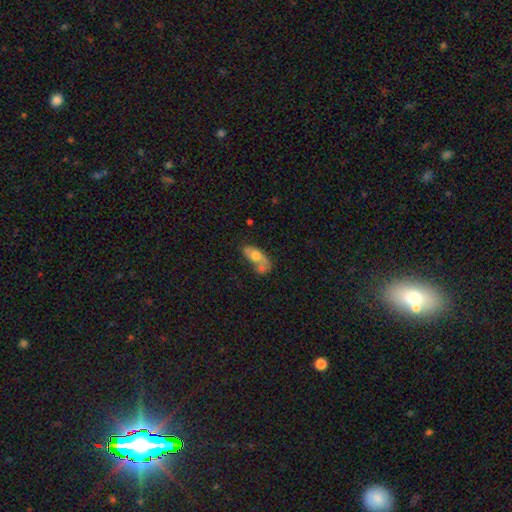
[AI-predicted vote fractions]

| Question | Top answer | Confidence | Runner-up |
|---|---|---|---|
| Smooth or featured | smooth | 58% | featured or disk (34%) |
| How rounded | in between | 82% | cigar-shaped (10%) |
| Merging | merger | 38% | none (28%) |